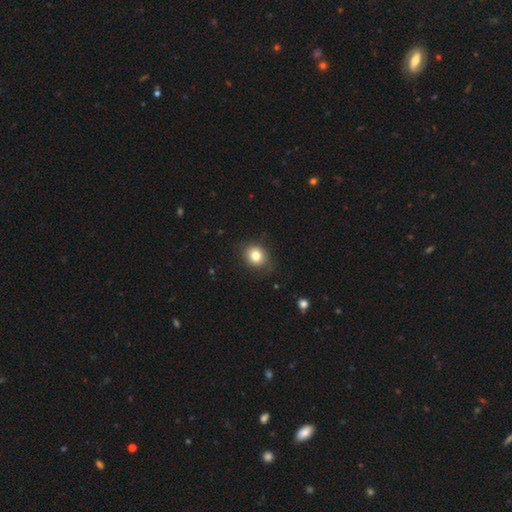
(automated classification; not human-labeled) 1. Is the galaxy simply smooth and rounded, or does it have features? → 80% smooth, 10% star or artifact, 9% featured or disk.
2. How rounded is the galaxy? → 65% round, 34% in between, 1% cigar-shaped.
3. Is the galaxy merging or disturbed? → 82% none, 14% minor disturbance, 3% major disturbance, 1% merger.